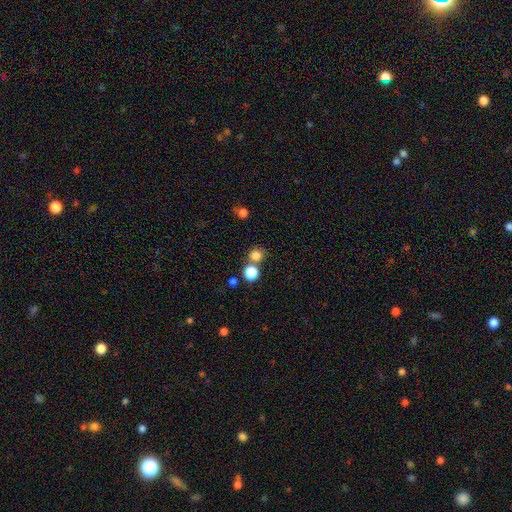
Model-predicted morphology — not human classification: smooth-or-featured: smooth: 80% | star or artifact: 14% | featured or disk: 6%
  how-rounded: round: 87% | in between: 12% | cigar-shaped: 1%
  merging: none: 65% | merger: 24% | minor disturbance: 8% | major disturbance: 3%